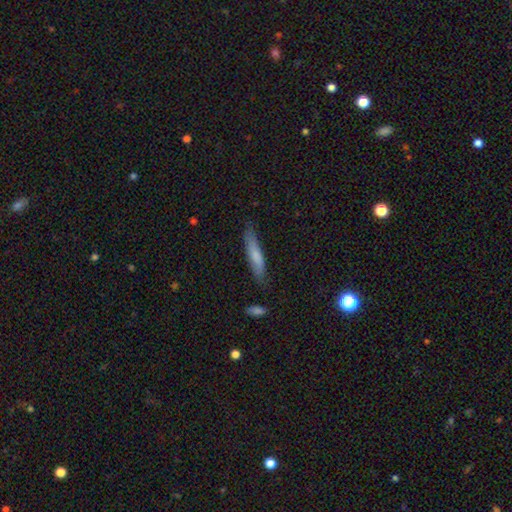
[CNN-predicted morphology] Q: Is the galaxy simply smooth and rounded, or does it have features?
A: smooth — 72%.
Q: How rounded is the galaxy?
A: cigar-shaped — 86%.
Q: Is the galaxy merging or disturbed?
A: none — 75%.